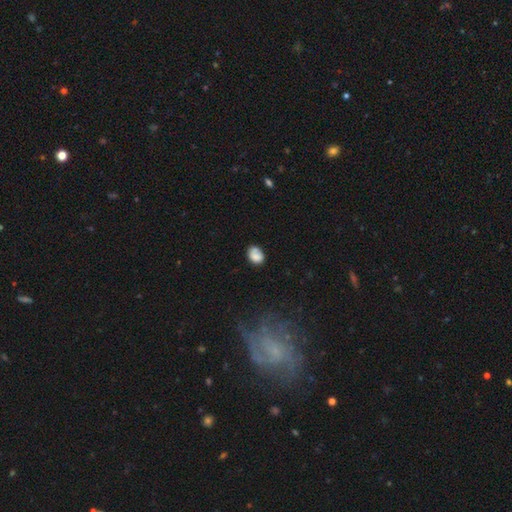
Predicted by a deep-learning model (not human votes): This appears to be a smooth galaxy with no disk features (77%) that is in between round and cigar-shaped (67%). Merging: none (53%).